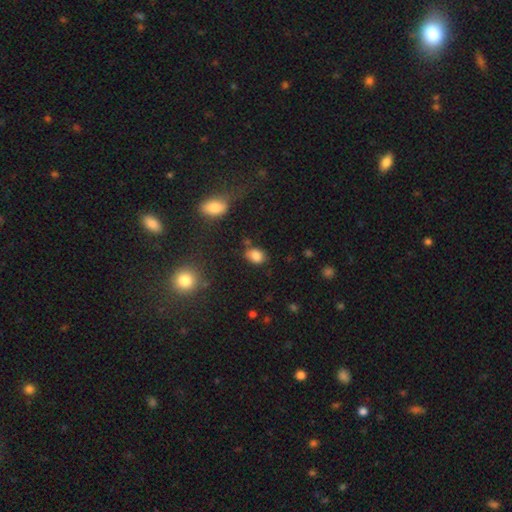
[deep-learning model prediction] Smooth or featured? smooth (83%)
How rounded? in between (74%)
Merging? none (72%)